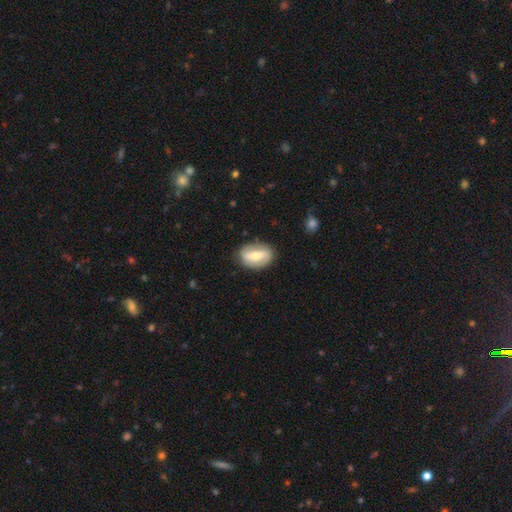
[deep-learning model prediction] This is possibly a featured or disk galaxy (55%). It is clearly not viewed edge-on (88%). Merging: clearly none (83%).